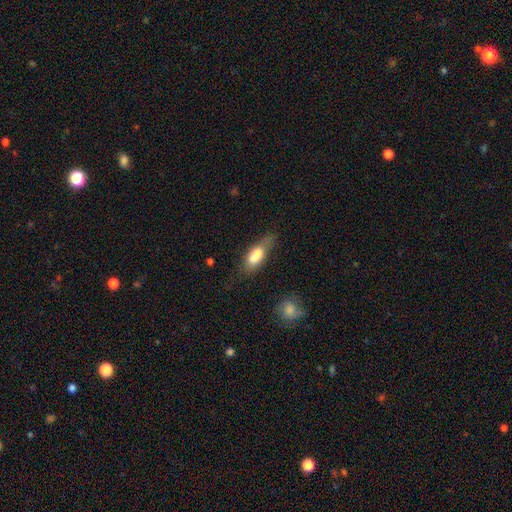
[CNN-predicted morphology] This is likely a smooth galaxy (71%). How rounded: likely in between (68%). Merging: marginally none (39%).